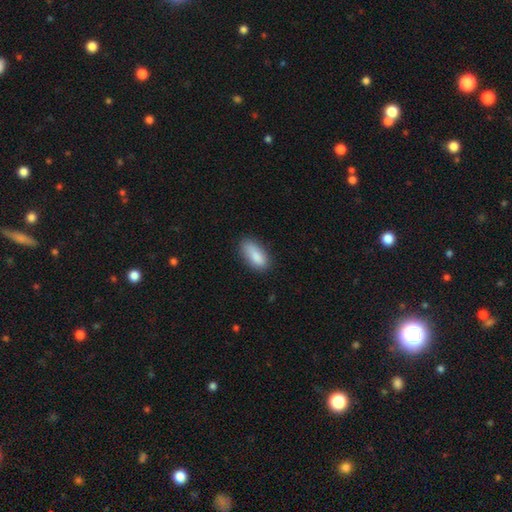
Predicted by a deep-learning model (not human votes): Morphology: type=smooth (87%); roundness=in between (87%); merging=none (76%).